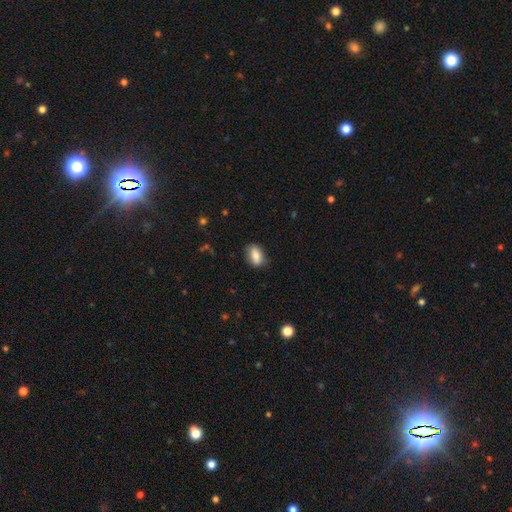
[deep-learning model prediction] Morphology: type=smooth (82%); roundness=in between (87%); merging=none (82%).